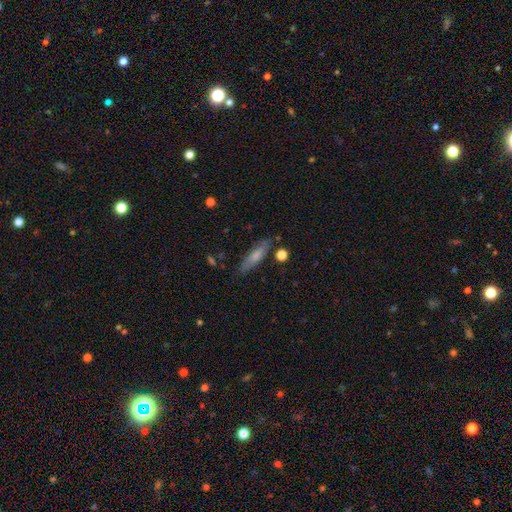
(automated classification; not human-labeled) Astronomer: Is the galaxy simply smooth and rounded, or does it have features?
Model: smooth — 66%.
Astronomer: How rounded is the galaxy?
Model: cigar-shaped — 64%.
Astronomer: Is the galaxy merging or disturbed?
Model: none — 79%.